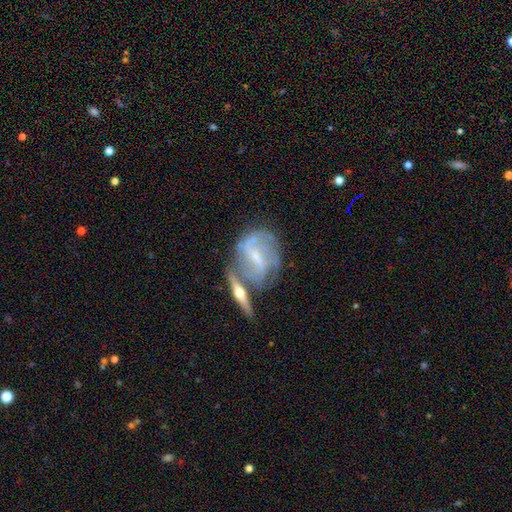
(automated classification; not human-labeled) This is likely a featured or disk galaxy (78%). It is clearly not viewed edge-on (90%). Bar: possibly weak (47%). Spiral arm pattern: clearly yes (84%). Spiral arm count: possibly 2 (49%). Spiral winding: marginally medium (42%). Central bulge: possibly small (56%). Merging: marginally none (40%).